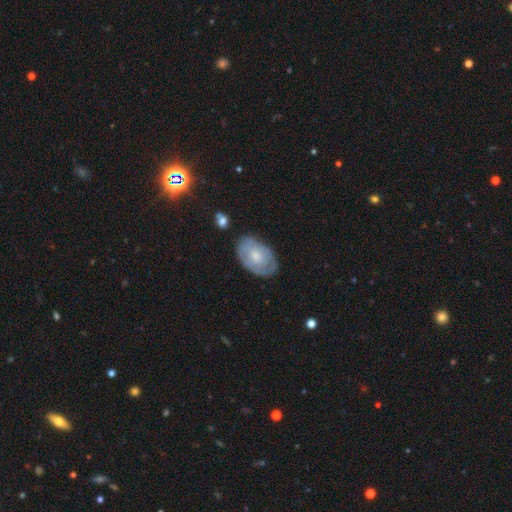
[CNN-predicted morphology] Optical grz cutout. It shows a featured or disk galaxy (52%). Merging: none (73%).